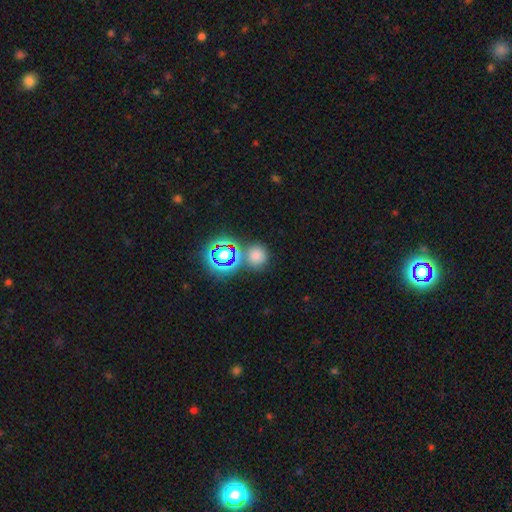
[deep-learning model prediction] Smooth or featured? Predicted: smooth (p=0.65). How rounded? Predicted: round (p=0.90). Merging? Predicted: none (p=0.72).